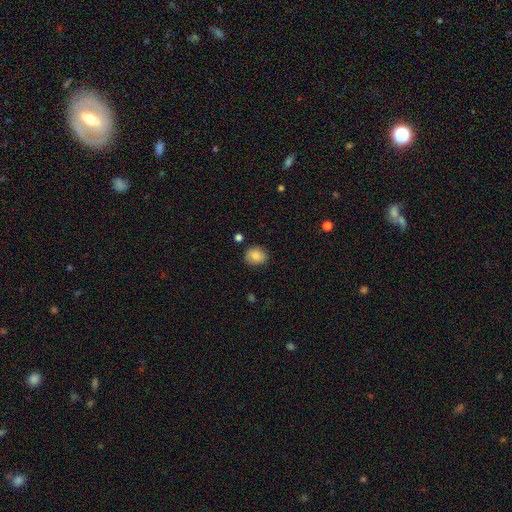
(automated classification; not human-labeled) smooth 82%, featured or disk 9%, star or artifact 9%. Down the decision tree: how rounded — round (66%); merging — none (83%).